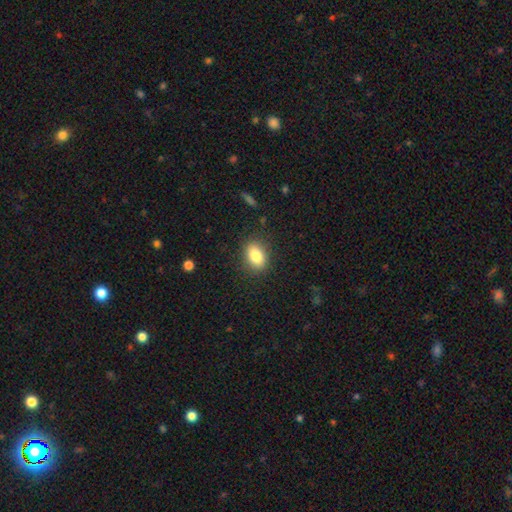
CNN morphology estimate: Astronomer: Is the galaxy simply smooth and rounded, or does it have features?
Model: smooth — 83%.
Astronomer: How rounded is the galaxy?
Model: in between — 80%.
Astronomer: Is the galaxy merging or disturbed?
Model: none — 86%.